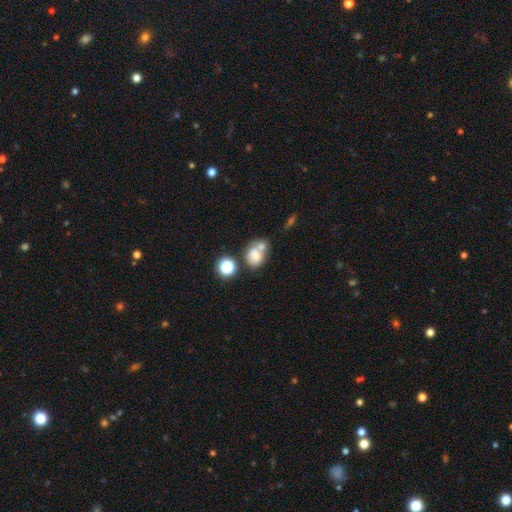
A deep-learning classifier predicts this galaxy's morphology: Smooth or featured? Predicted: smooth (p=0.72). How rounded? Predicted: in between (p=0.52). Merging? Predicted: merger (p=0.48).